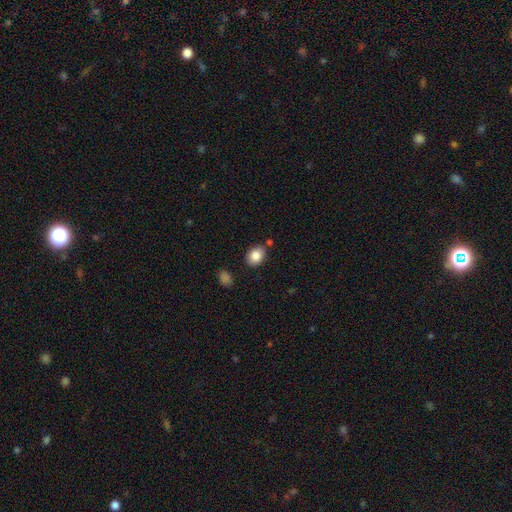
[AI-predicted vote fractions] Morphology: type=smooth (85%); roundness=in between (62%); merging=none (79%).